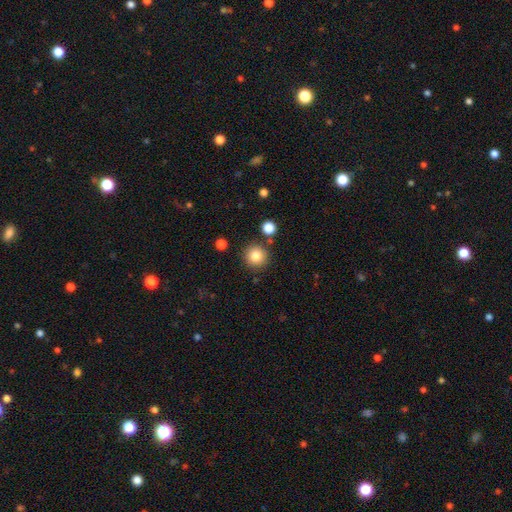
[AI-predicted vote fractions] Morphology: type=smooth (84%); roundness=round (95%); merging=none (86%).